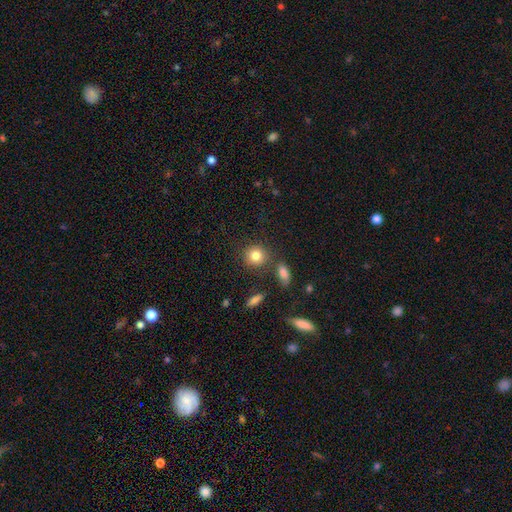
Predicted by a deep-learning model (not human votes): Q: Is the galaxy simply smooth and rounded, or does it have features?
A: smooth — 82%.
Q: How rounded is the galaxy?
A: round — 83%.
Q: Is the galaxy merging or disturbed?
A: none — 77%.